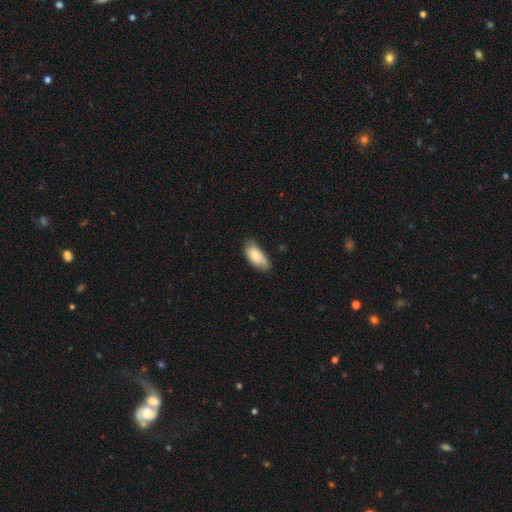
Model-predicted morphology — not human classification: A smooth galaxy with no disk features (79%) that is in between round and cigar-shaped (90%). Merging: none (62%).